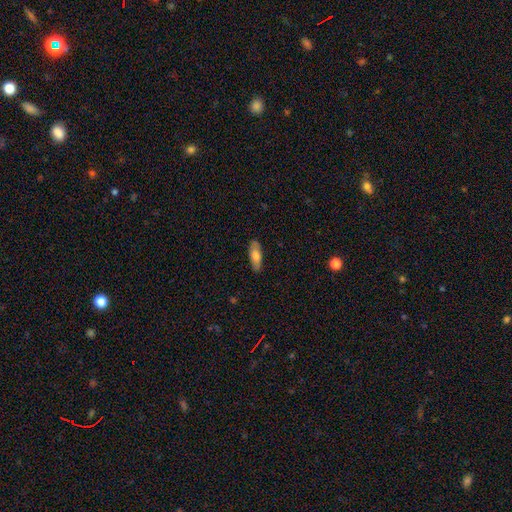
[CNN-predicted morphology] Overall: smooth (71%). How rounded: in between (68%; cigar-shaped 29%). Merging: none (85%).